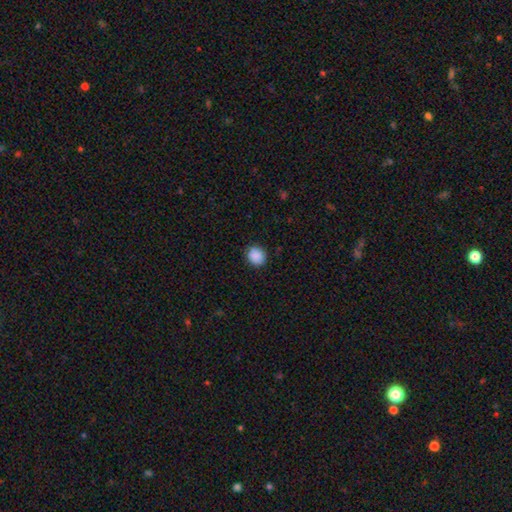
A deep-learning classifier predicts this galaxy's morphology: Smooth or featured? smooth (89%)
How rounded? round (78%)
Merging? none (87%)